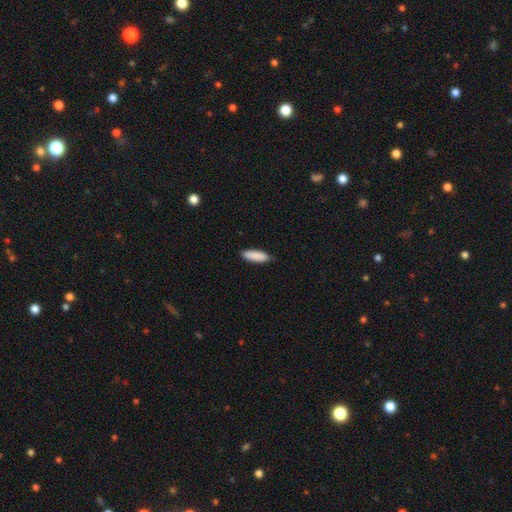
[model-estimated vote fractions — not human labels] Overall: smooth (89%). How rounded: in between (51%; cigar-shaped 47%). Merging: none (85%).